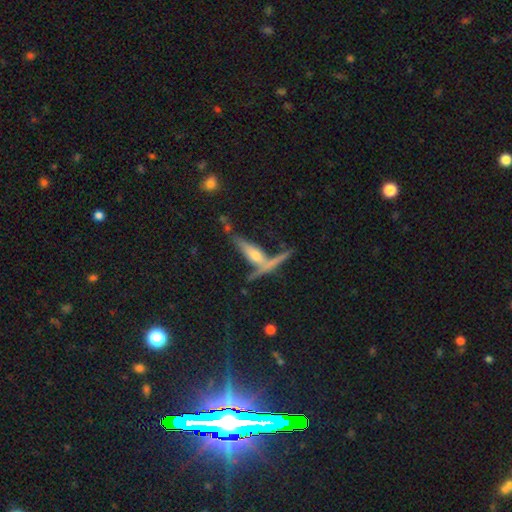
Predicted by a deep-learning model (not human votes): Smooth or featured? featured or disk (58%)
Edge-on disk? yes (87%)
Edge-on bulge? rounded (73%)
Merging? none (57%)